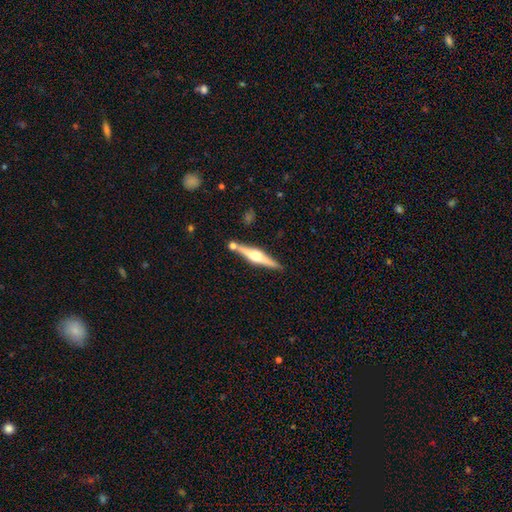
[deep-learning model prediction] Smooth or featured? Predicted: featured or disk (p=0.75). Edge-on disk? Predicted: yes (p=0.98). Edge-on bulge? Predicted: rounded (p=0.95). Merging? Predicted: none (p=0.82).